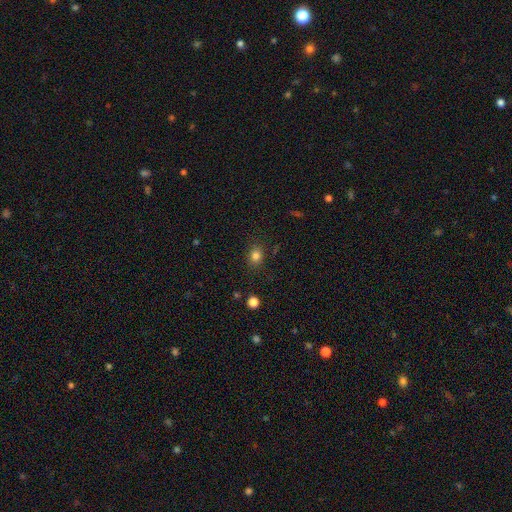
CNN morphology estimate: Q: Smooth or featured?
A: smooth (81%); runner-up: star or artifact (13%)
Q: How rounded?
A: round (63%); runner-up: in between (36%)
Q: Merging?
A: none (84%); runner-up: minor disturbance (11%)